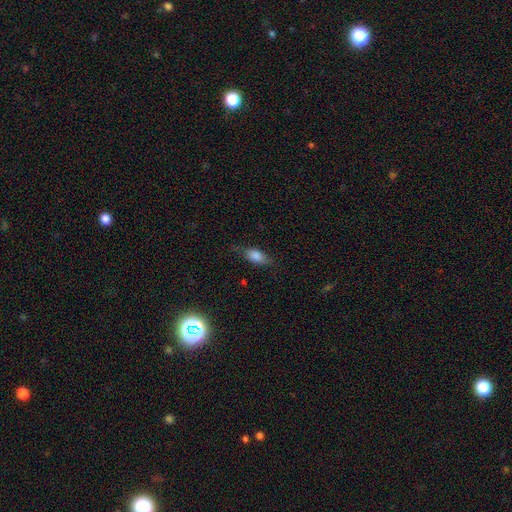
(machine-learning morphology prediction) smooth 80%, featured or disk 12%, star or artifact 8%. Down the decision tree: how rounded — in between (84%); merging — none (68%).